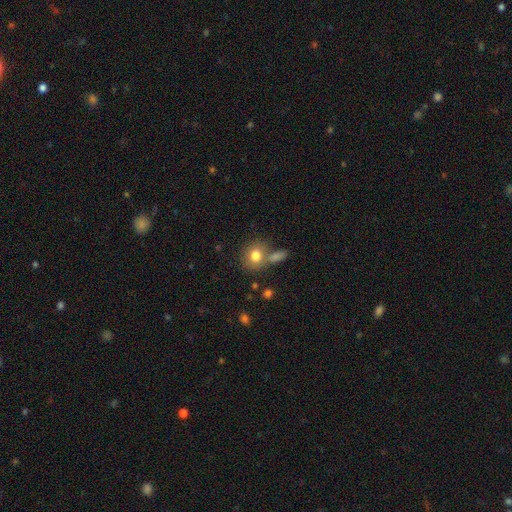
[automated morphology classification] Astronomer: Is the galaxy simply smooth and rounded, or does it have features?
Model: smooth — 79%.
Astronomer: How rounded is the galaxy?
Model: round — 66%.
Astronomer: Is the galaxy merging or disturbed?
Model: none — 59%.